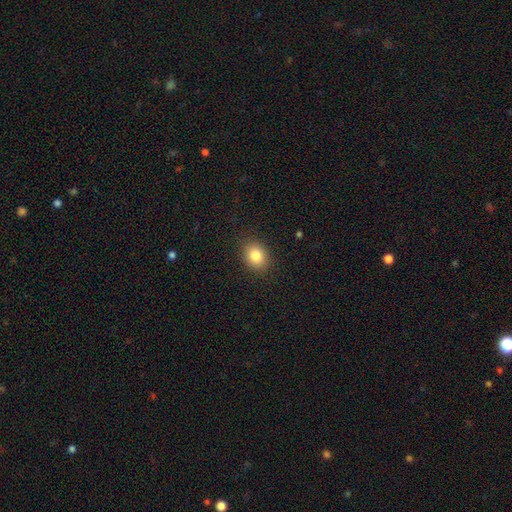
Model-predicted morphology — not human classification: This is clearly a smooth galaxy (83%). How rounded: possibly in between (50%). Merging: clearly none (89%).